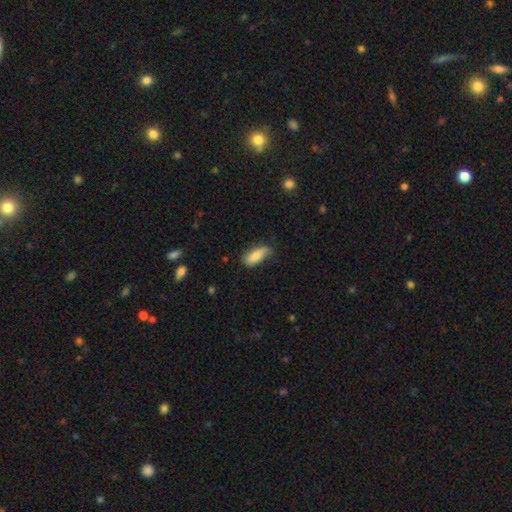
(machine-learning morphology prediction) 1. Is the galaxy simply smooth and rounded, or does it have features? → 82% smooth, 11% featured or disk, 6% star or artifact.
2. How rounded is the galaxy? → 72% in between, 25% cigar-shaped, 2% round.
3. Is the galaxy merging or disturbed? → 67% none, 27% minor disturbance, 5% major disturbance, 2% merger.